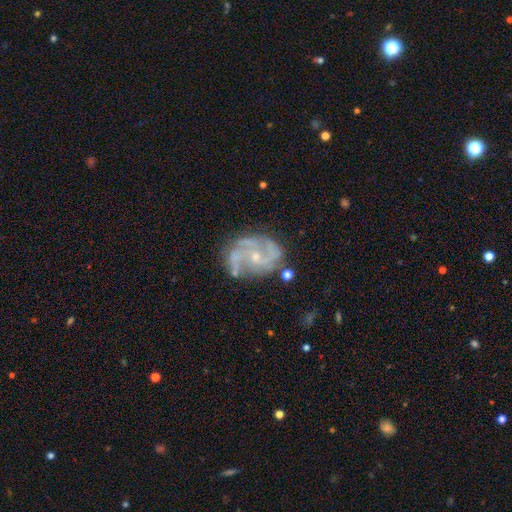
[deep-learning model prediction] A featured or disk galaxy (86%) with no bar (63%), 2 (36%) medium (51%) spiral arms (94%) and a small central bulge (67%).

Vote fractions:
- Smooth or featured? featured or disk: 86% / smooth: 7% / star or artifact: 7%
- Edge-on disk? no: 98% / yes: 2%
- Bar? no: 63% / weak: 30% / strong: 7%
- Spiral arms? yes: 94% / no: 6%
- Spiral winding? medium: 51% / tight: 29% / loose: 20%
- Spiral arm count? 2: 36% / 3: 33% / can't tell: 14% / 4: 8% / 1: 4% / more than 4: 4%
- Bulge size? small: 67% / moderate: 28% / none: 3% / large: 1% / dominant: 1%
- Merging? none: 67% / minor disturbance: 20% / major disturbance: 9% / merger: 4%